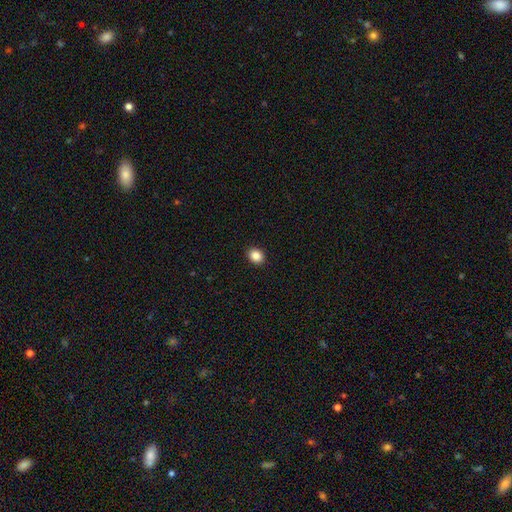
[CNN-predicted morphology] Smooth or featured?
  - smooth: 87% *
  - star or artifact: 10%
  - featured or disk: 4%
How rounded?
  - round: 54% *
  - in between: 45%
  - cigar-shaped: 1%
Merging?
  - none: 92% *
  - minor disturbance: 5%
  - major disturbance: 2%
  - merger: 1%